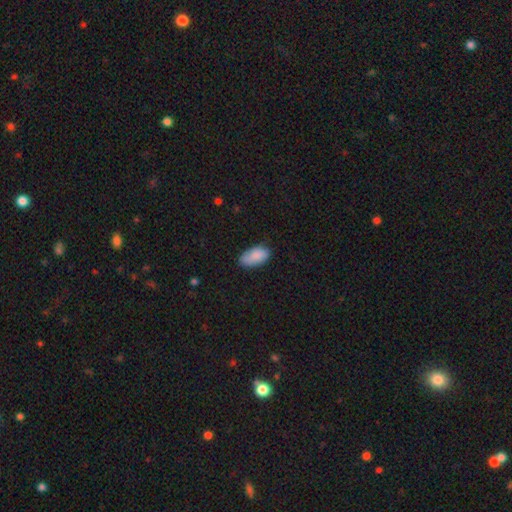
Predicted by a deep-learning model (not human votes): Morphology: type=smooth (87%); roundness=in between (94%); merging=none (73%).